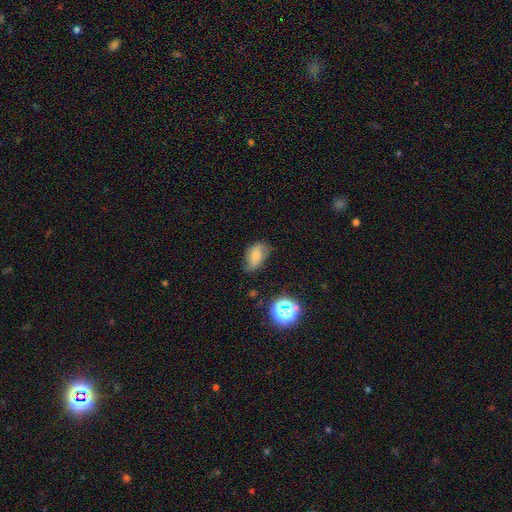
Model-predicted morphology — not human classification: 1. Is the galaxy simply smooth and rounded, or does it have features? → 65% smooth, 21% featured or disk, 14% star or artifact.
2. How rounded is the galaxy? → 87% in between, 11% round, 2% cigar-shaped.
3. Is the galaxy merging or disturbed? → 54% none, 34% minor disturbance, 10% major disturbance, 2% merger.